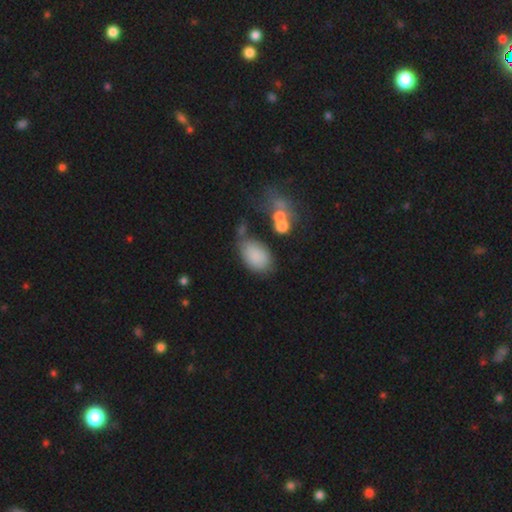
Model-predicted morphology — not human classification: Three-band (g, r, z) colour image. It shows a smooth galaxy with no disk features (82%) that is in between round and cigar-shaped (89%). Merging: none (58%).